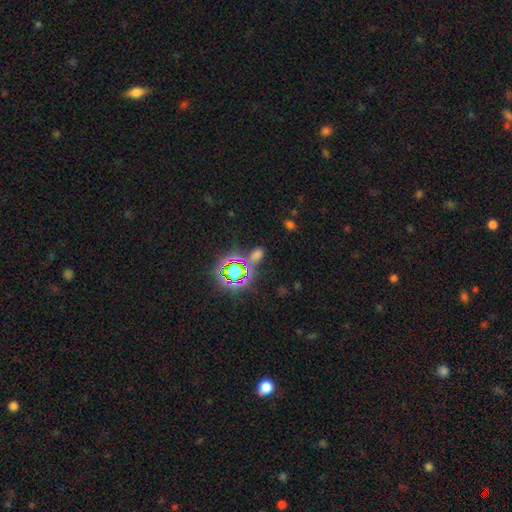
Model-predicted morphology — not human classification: A star or artifact, not a galaxy (49%).